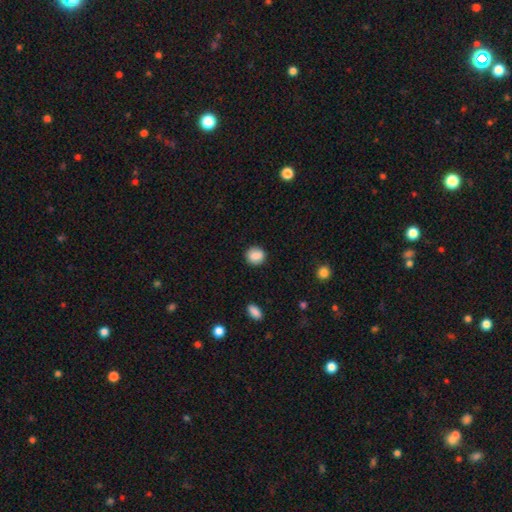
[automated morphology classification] Smooth or featured?
  - smooth: 87% *
  - star or artifact: 8%
  - featured or disk: 5%
How rounded?
  - round: 80% *
  - in between: 19%
  - cigar-shaped: 1%
Merging?
  - none: 88% *
  - minor disturbance: 9%
  - major disturbance: 2%
  - merger: 1%